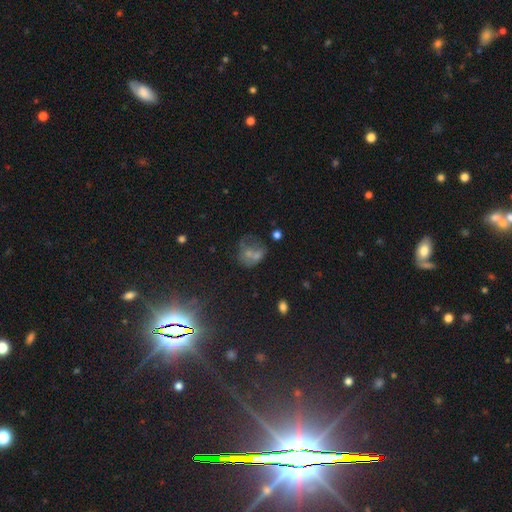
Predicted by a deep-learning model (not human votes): Smooth or featured?
  - star or artifact: 45% *
  - smooth: 30%
  - featured or disk: 25%